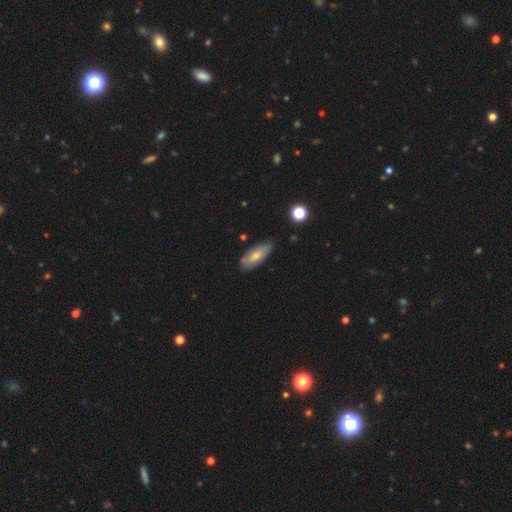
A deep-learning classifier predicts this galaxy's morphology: Smooth or featured? smooth (67%)
How rounded? in between (76%)
Merging? none (77%)